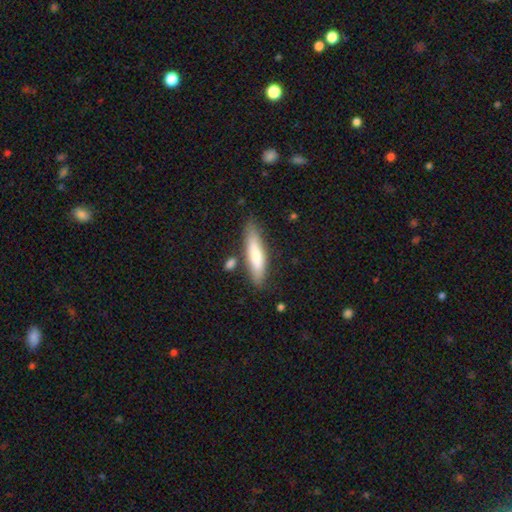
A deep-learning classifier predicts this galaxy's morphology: Smooth or featured: smooth — 65% (featured or disk — 29%)
How rounded: cigar-shaped — 80% (in between — 19%)
Merging: none — 80% (minor disturbance — 13%)